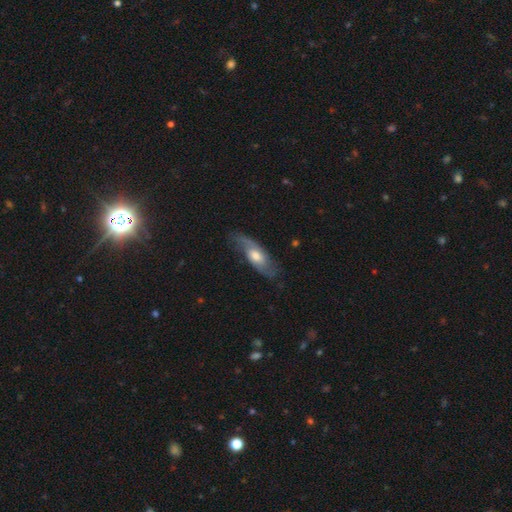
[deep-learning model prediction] A featured or disk galaxy (62%). Merging: none (69%).